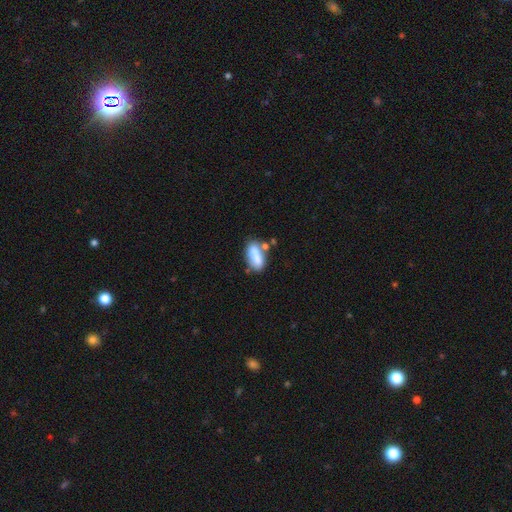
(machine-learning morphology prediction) This is likely a smooth galaxy (75%). How rounded: clearly in between (81%). Merging: possibly none (54%).